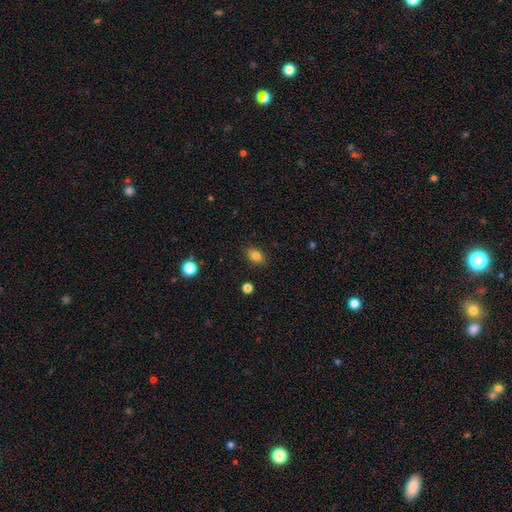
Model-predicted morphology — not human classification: A smooth galaxy with no disk features (83%) that is in between round and cigar-shaped (77%).

Vote fractions:
- Smooth or featured? smooth: 83% / star or artifact: 11% / featured or disk: 6%
- How rounded? in between: 77% / round: 21% / cigar-shaped: 2%
- Merging? none: 87% / minor disturbance: 10% / major disturbance: 2% / merger: 1%